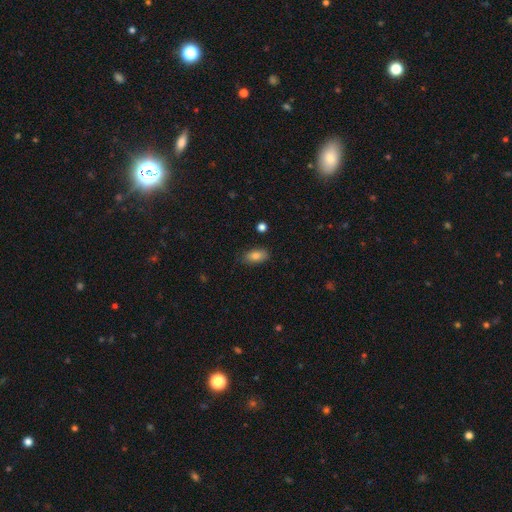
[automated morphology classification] Q: Smooth or featured?
A: smooth (83%); runner-up: featured or disk (9%)
Q: How rounded?
A: in between (90%); runner-up: round (5%)
Q: Merging?
A: none (82%); runner-up: minor disturbance (14%)